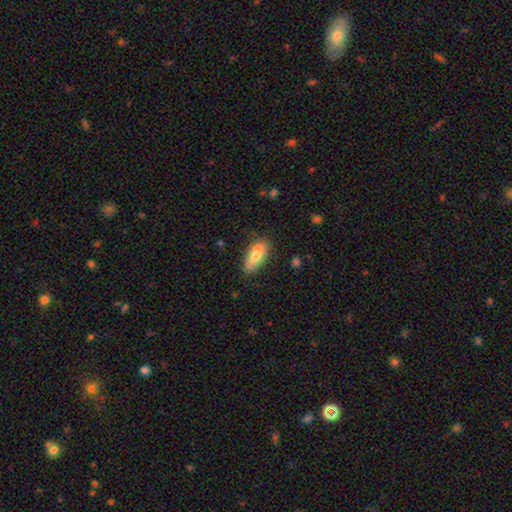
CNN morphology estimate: smooth 68%, featured or disk 26%, star or artifact 6%. Down the decision tree: how rounded — in between (76%); merging — none (80%).